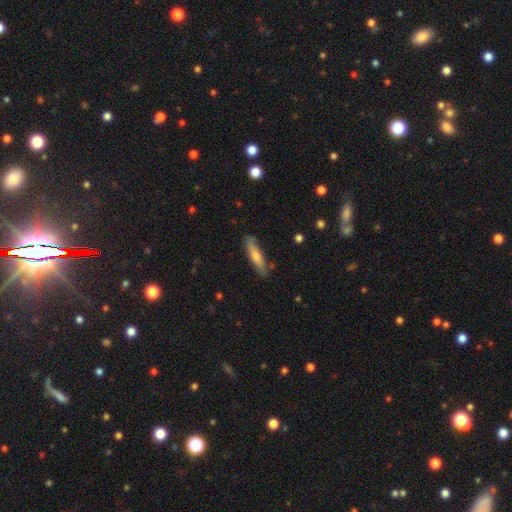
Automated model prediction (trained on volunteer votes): The model was most divided on "smooth or featured": smooth: 63%, featured or disk: 31%, star or artifact: 6%. More confident: merging — none (83%); how rounded — cigar-shaped (80%).